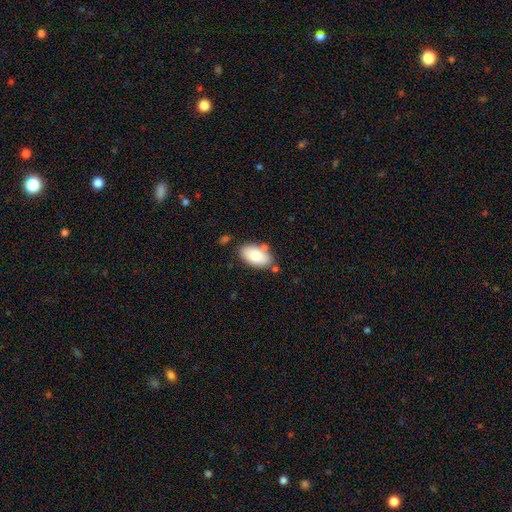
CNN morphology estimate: Smooth or featured?
  - smooth: 76% *
  - featured or disk: 17%
  - star or artifact: 7%
How rounded?
  - in between: 94% *
  - round: 5%
  - cigar-shaped: 2%
Merging?
  - none: 74% *
  - minor disturbance: 15%
  - merger: 8%
  - major disturbance: 3%